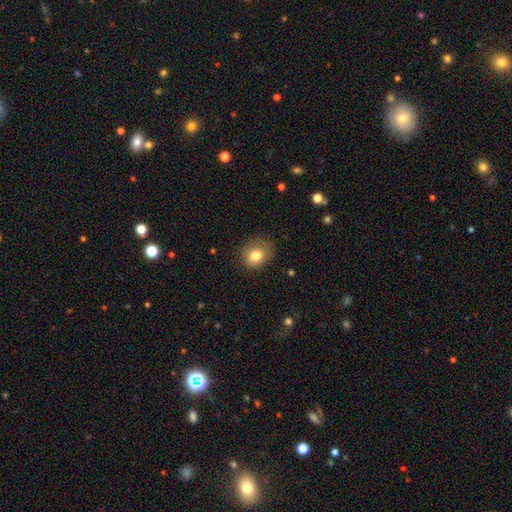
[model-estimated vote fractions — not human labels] Smooth or featured?
  - smooth: 78% *
  - featured or disk: 11%
  - star or artifact: 10%
How rounded?
  - round: 61% *
  - in between: 38%
  - cigar-shaped: 1%
Merging?
  - none: 75% *
  - minor disturbance: 18%
  - major disturbance: 5%
  - merger: 1%